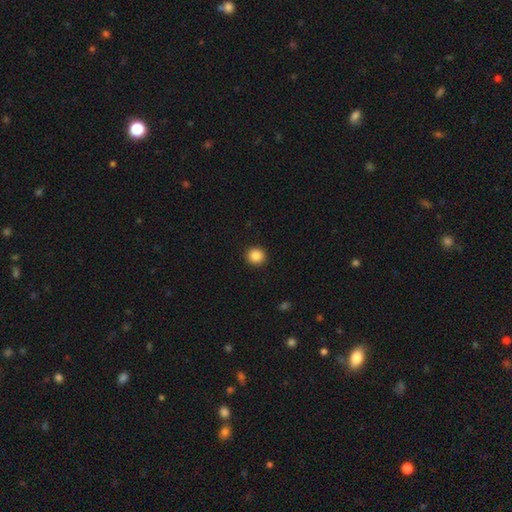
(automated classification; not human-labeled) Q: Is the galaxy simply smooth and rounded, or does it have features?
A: smooth — 87%.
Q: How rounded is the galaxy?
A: round — 92%.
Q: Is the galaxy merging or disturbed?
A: none — 93%.